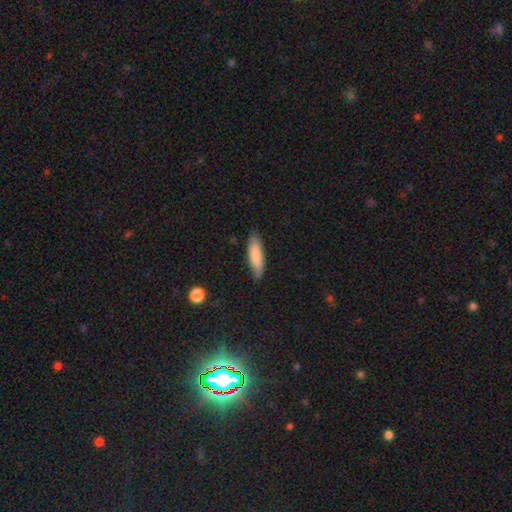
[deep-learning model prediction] This appears to be a smooth galaxy with no disk features (81%) that is cigar-shaped (53%). Merging: none (85%).